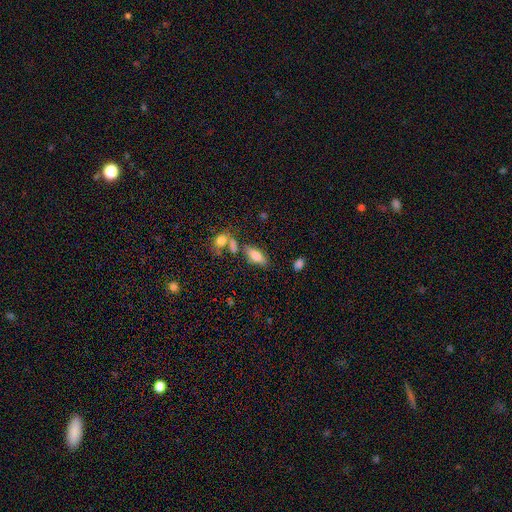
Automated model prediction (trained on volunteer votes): Smooth or featured: smooth — 75% (featured or disk — 16%)
How rounded: in between — 74% (cigar-shaped — 23%)
Merging: none — 63% (merger — 17%)